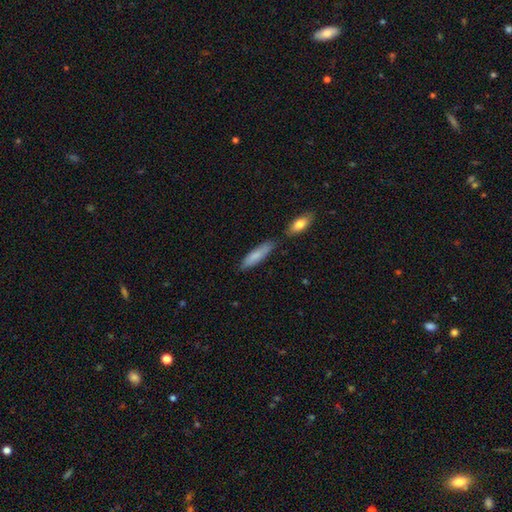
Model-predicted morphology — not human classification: smooth 81%, featured or disk 13%, star or artifact 6%. Down the decision tree: how rounded — cigar-shaped (69%); merging — none (69%).